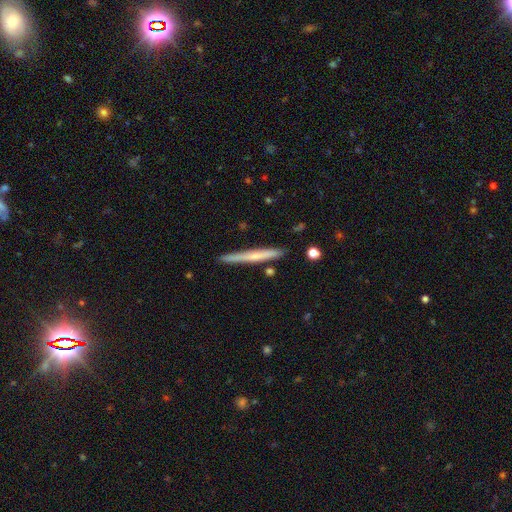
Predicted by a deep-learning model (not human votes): Smooth or featured: smooth — 48% (featured or disk — 47%)
Merging: none — 87% (minor disturbance — 9%)